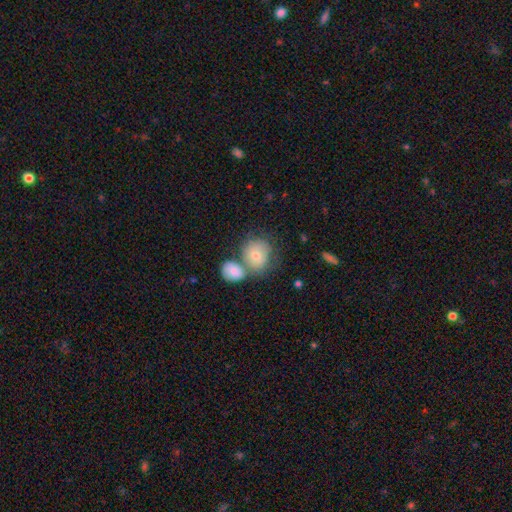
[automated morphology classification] The model was most divided on "merging": merger: 43%, none: 39%, minor disturbance: 12%, major disturbance: 6%. More confident: how rounded — round (72%); smooth or featured — smooth (69%).